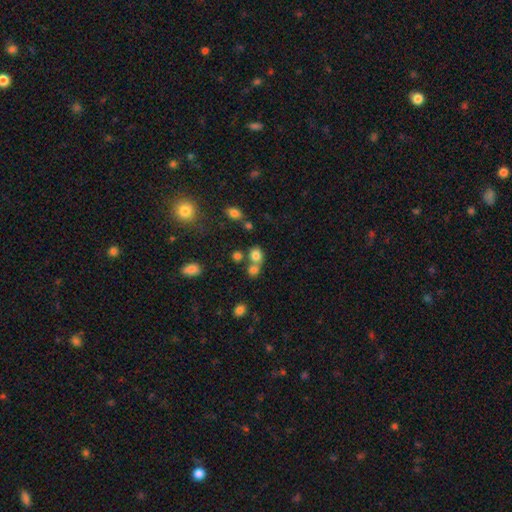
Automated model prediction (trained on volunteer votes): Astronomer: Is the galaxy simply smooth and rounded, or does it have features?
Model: smooth — 77%.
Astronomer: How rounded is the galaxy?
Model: round — 68%.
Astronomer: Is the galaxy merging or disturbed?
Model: merger — 44%, tied with none at 44%.